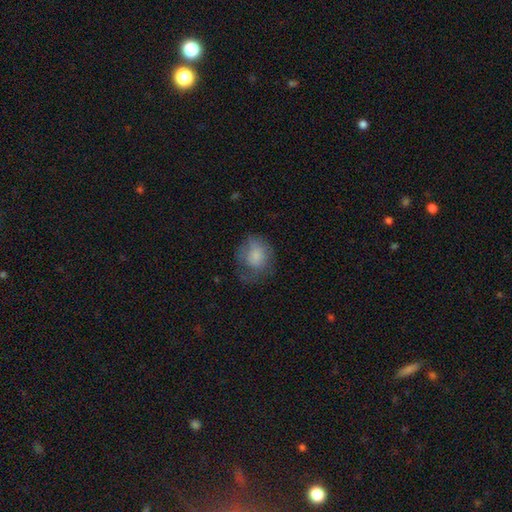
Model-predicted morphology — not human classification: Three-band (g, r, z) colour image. It shows a smooth galaxy with no disk features (72%) that is round (68%). Merging: none (45%).